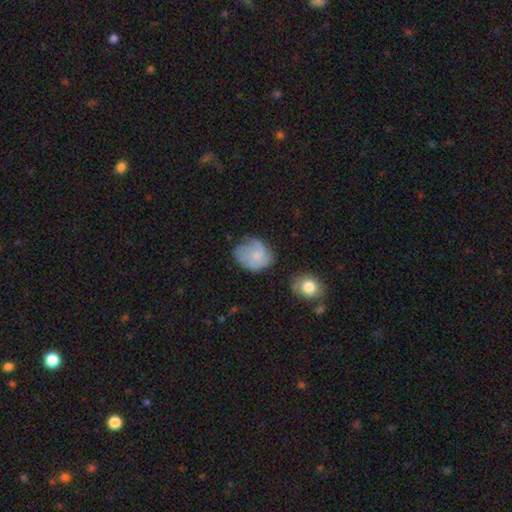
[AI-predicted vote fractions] The model was most divided on "how rounded": round: 54%, in between: 45%, cigar-shaped: 1%. Remaining: smooth or featured — smooth (53%); merging — none (45%).